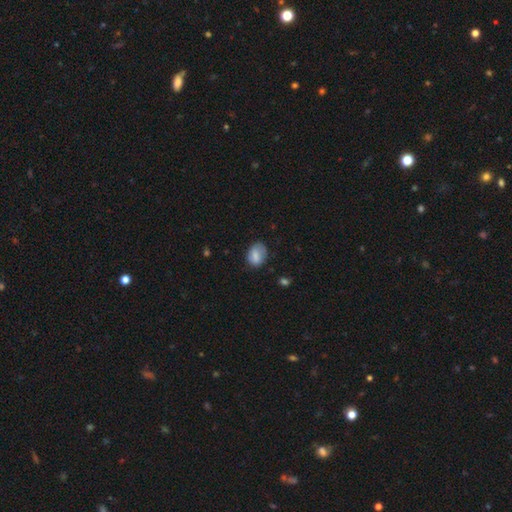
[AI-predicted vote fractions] Smooth or featured?
  - smooth: 79% *
  - featured or disk: 13%
  - star or artifact: 8%
How rounded?
  - in between: 70% *
  - round: 29%
  - cigar-shaped: 1%
Merging?
  - none: 62% *
  - minor disturbance: 28%
  - major disturbance: 8%
  - merger: 2%